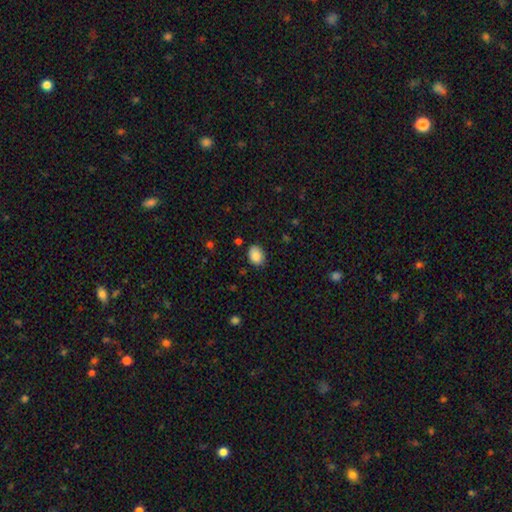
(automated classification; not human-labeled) This appears to be a smooth galaxy with no disk features (88%) that is in between round and cigar-shaped (70%). Merging: none (80%).